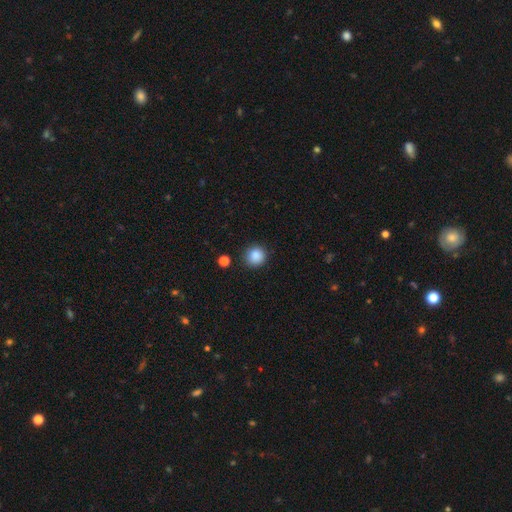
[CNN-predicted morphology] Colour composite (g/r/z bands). It shows a smooth galaxy with no disk features (87%) that is round (93%). Merging: none (88%).